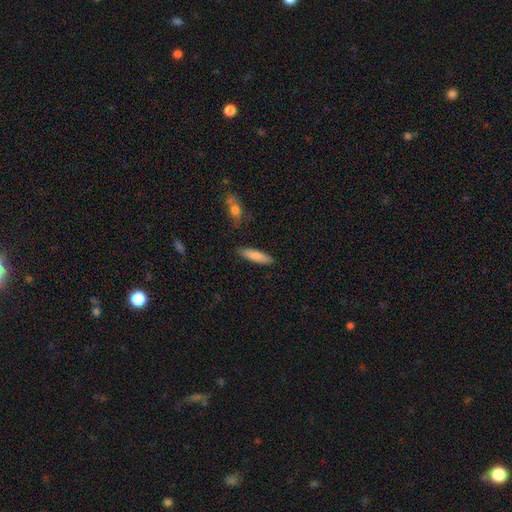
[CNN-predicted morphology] smooth 81%, featured or disk 13%, star or artifact 6%. Down the decision tree: how rounded — cigar-shaped (67%); merging — none (87%).